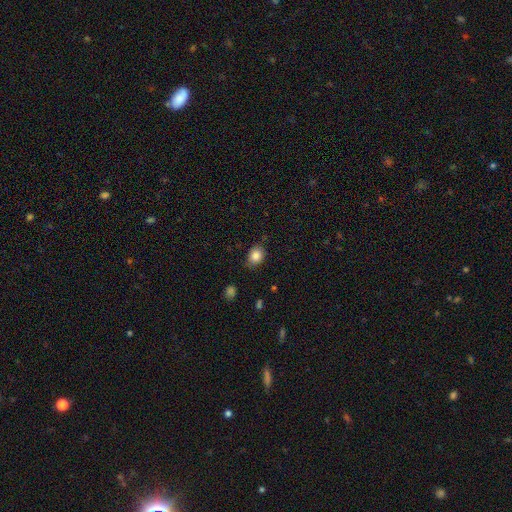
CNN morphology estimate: A smooth galaxy with no disk features (85%) that is round (51%).

Vote fractions:
- Smooth or featured? smooth: 85% / star or artifact: 9% / featured or disk: 5%
- How rounded? round: 51% / in between: 48% / cigar-shaped: 1%
- Merging? none: 76% / minor disturbance: 19% / major disturbance: 3% / merger: 2%